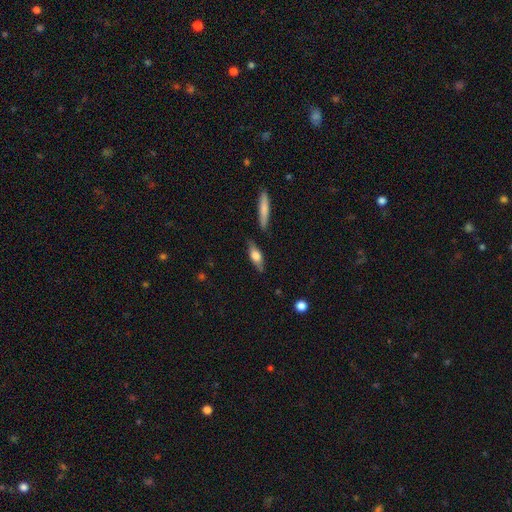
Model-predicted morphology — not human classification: Smooth or featured? Predicted: smooth (p=0.51). How rounded? Predicted: in between (p=0.52). Merging? Predicted: none (p=0.80).